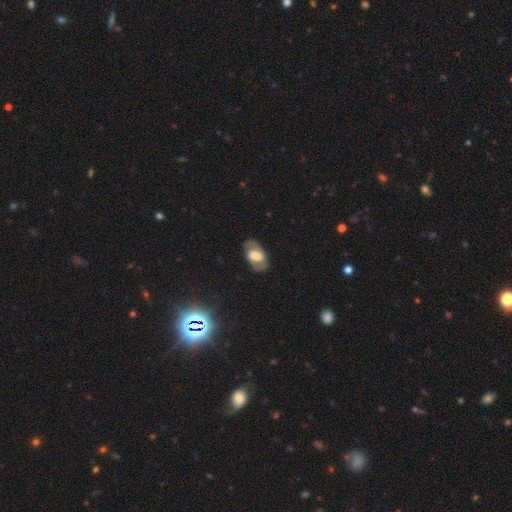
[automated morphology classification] Smooth or featured? Predicted: featured or disk (p=0.61). Edge-on disk? Predicted: no (p=0.92). Bar? Predicted: weak (p=0.40). Spiral arms? Predicted: yes (p=0.64). Bulge size? Predicted: large (p=0.41). Merging? Predicted: none (p=0.76).